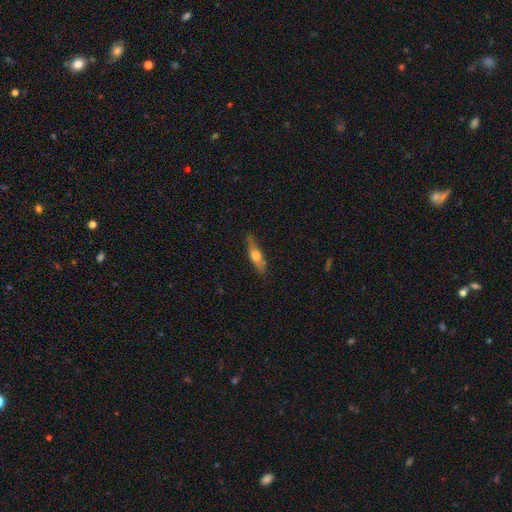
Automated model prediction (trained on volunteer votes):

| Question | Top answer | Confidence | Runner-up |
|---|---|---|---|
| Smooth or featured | featured or disk | 52% | smooth (42%) |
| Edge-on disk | yes | 90% | no (10%) |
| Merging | none | 83% | minor disturbance (13%) |